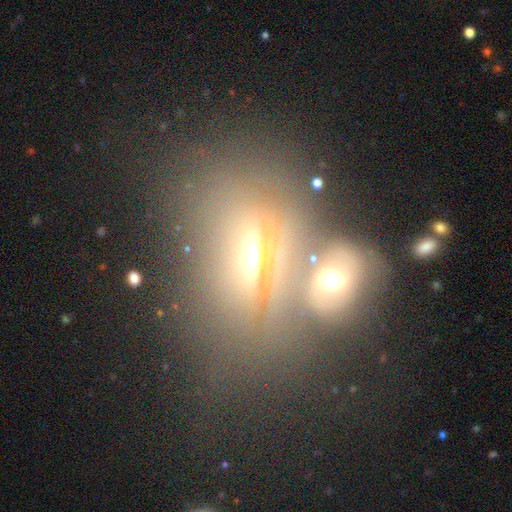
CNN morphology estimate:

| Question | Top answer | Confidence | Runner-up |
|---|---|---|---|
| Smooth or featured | featured or disk | 45% | smooth (41%) |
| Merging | merger | 59% | none (23%) |